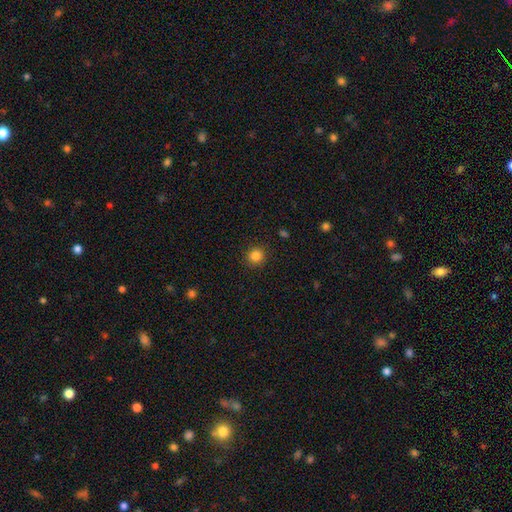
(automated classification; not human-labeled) Morphology: type=smooth (84%); roundness=round (91%); merging=none (91%).